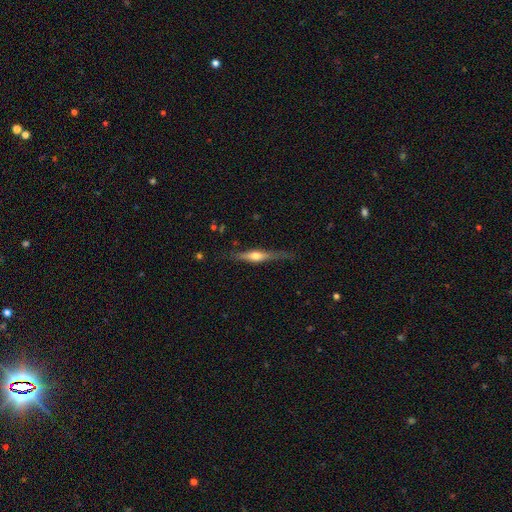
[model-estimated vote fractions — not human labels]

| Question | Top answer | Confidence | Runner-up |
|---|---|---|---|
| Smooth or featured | featured or disk | 59% | smooth (35%) |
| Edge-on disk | yes | 94% | no (6%) |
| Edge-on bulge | rounded | 88% | none (6%) |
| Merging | none | 72% | minor disturbance (20%) |